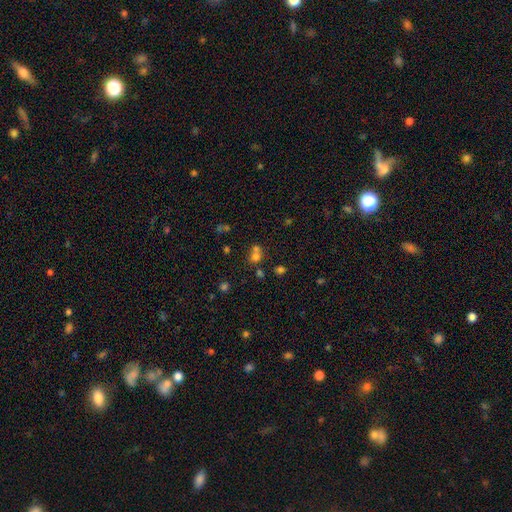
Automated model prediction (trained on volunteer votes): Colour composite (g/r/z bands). It shows a smooth galaxy with no disk features (66%) that is round (73%). Merging: merger (52%).